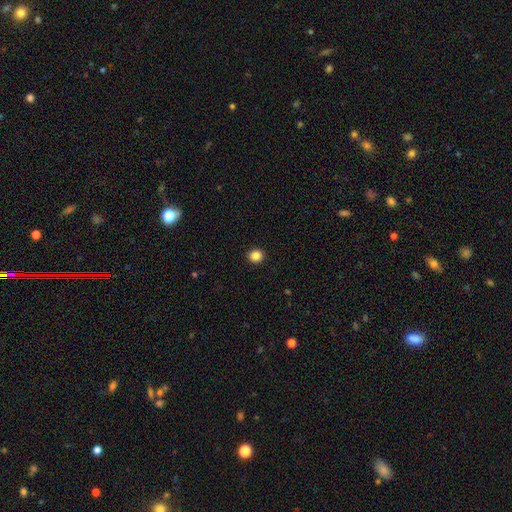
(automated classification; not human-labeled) The model was most divided on "smooth or featured": smooth: 85%, star or artifact: 11%, featured or disk: 4%. More confident: merging — none (93%); how rounded — round (88%).